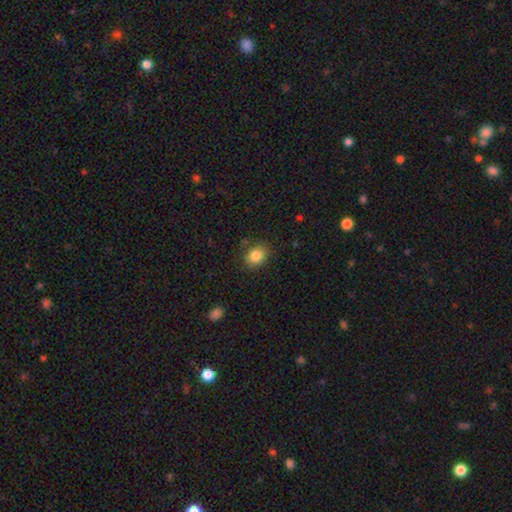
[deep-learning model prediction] Smooth or featured? smooth (85%)
How rounded? round (55%)
Merging? none (82%)